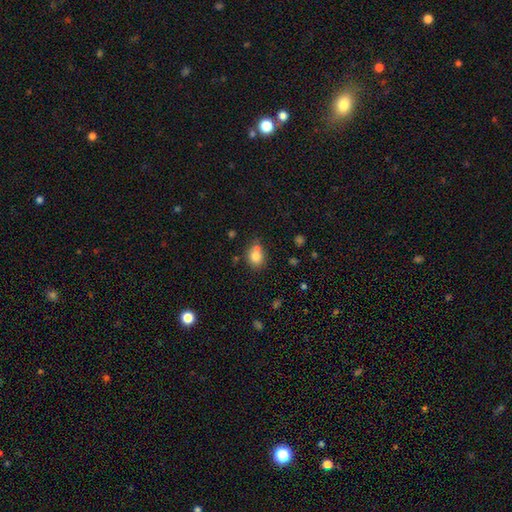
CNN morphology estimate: type=smooth (79%); roundness=round (64%); merging=none (50%).